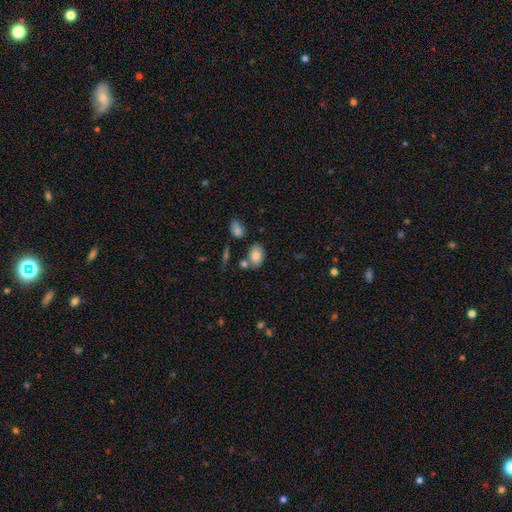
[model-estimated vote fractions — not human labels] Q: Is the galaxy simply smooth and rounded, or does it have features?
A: smooth — 81%.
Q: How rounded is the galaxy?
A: in between — 84%.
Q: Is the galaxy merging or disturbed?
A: none — 69%.